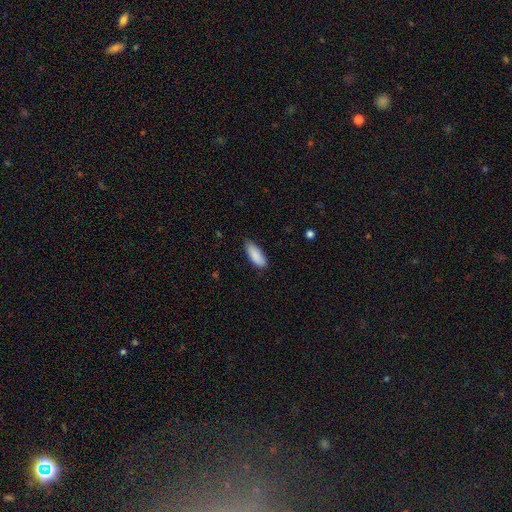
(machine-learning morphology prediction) smooth_or_featured: smooth (p=0.88) [alt: star or artifact p=0.06]
how_rounded: in between (p=0.76) [alt: cigar-shaped p=0.23]
merging: none (p=0.77) [alt: minor disturbance p=0.20]